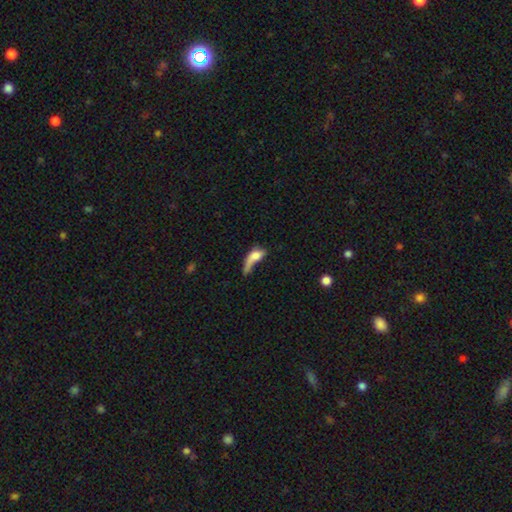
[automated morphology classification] Q: Smooth or featured?
A: smooth (62%); runner-up: featured or disk (29%)
Q: How rounded?
A: in between (64%); runner-up: cigar-shaped (23%)
Q: Merging?
A: major disturbance (47%); runner-up: none (18%)